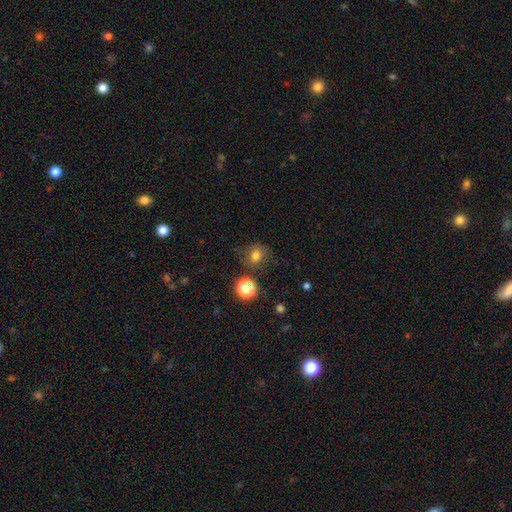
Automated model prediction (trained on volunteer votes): A smooth galaxy with no disk features (73%) that is round (77%).

Vote fractions:
- Smooth or featured? smooth: 73% / star or artifact: 18% / featured or disk: 10%
- How rounded? round: 77% / in between: 22% / cigar-shaped: 1%
- Merging? none: 72% / minor disturbance: 17% / major disturbance: 6% / merger: 5%